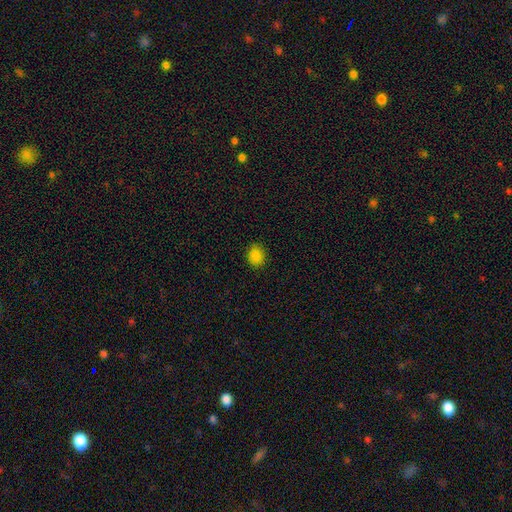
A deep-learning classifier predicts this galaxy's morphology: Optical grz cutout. It shows a smooth galaxy with no disk features (85%) that is round (57%). Merging: none (87%).